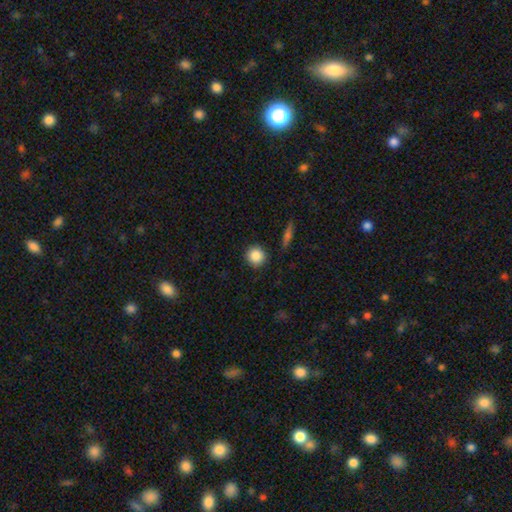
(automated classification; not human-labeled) A smooth galaxy with no disk features (86%) that is round (93%).

Vote fractions:
- Smooth or featured? smooth: 86% / star or artifact: 9% / featured or disk: 5%
- How rounded? round: 93% / in between: 6% / cigar-shaped: 1%
- Merging? none: 89% / minor disturbance: 7% / major disturbance: 2% / merger: 2%